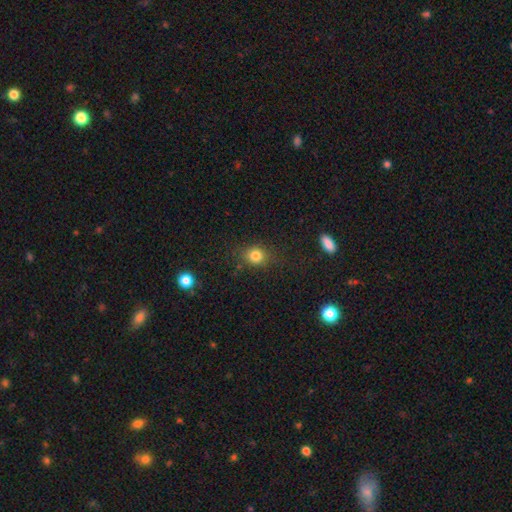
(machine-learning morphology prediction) Smooth or featured?
  - smooth: 81% *
  - star or artifact: 13%
  - featured or disk: 6%
How rounded?
  - round: 70% *
  - in between: 29%
  - cigar-shaped: 1%
Merging?
  - none: 79% *
  - minor disturbance: 14%
  - major disturbance: 5%
  - merger: 2%